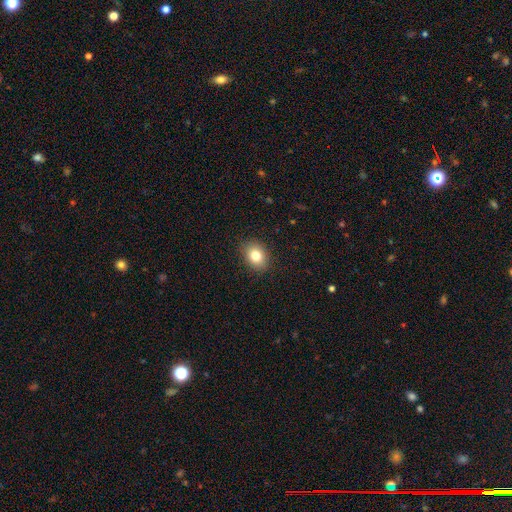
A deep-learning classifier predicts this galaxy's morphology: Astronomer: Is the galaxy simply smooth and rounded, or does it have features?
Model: smooth — 82%.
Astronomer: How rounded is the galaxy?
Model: in between — 60% (runner-up: round, 39%).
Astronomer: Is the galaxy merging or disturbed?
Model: none — 89%.